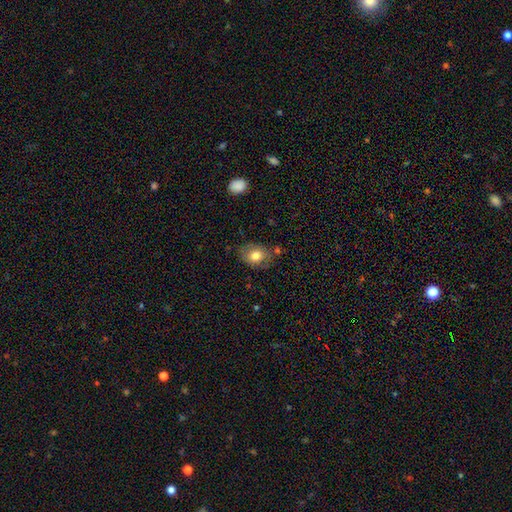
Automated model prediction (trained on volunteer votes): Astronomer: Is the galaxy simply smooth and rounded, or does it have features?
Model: smooth — 76%.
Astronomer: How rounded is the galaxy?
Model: in between — 61% (runner-up: round, 38%).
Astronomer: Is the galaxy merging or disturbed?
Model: none — 72%.